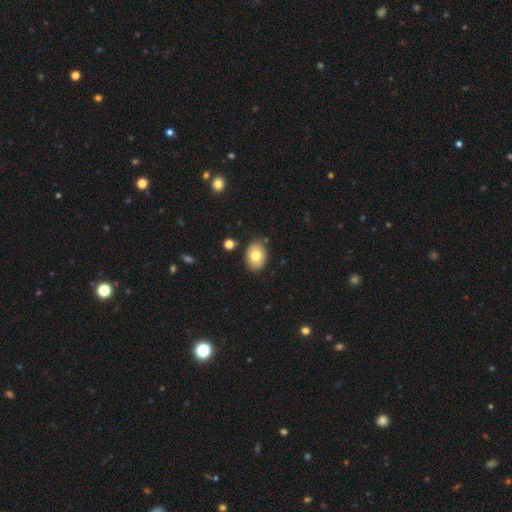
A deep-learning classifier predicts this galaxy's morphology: smooth 75%, featured or disk 17%, star or artifact 8%. Down the decision tree: how rounded — in between (65%); merging — none (84%).